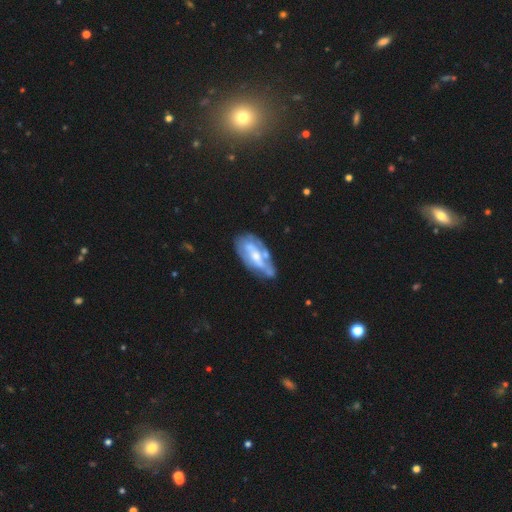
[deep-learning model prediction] smooth_or_featured: featured or disk (p=0.68) [alt: smooth p=0.26]
disk_edge_on: no (p=0.91) [alt: yes p=0.09]
bar: no (p=0.51) [alt: weak p=0.33]
has_spiral_arms: yes (p=0.63) [alt: no p=0.37]
bulge_size: moderate (p=0.48) [alt: small p=0.40]
merging: none (p=0.52) [alt: minor disturbance p=0.26]